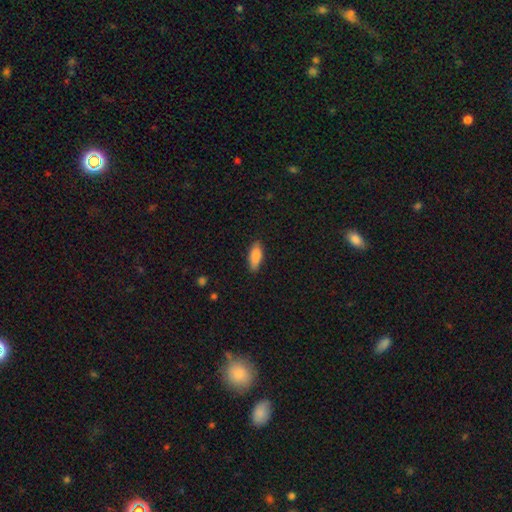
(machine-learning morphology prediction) Q: Smooth or featured?
A: smooth (86%); runner-up: featured or disk (8%)
Q: How rounded?
A: in between (75%); runner-up: cigar-shaped (23%)
Q: Merging?
A: none (83%); runner-up: minor disturbance (13%)